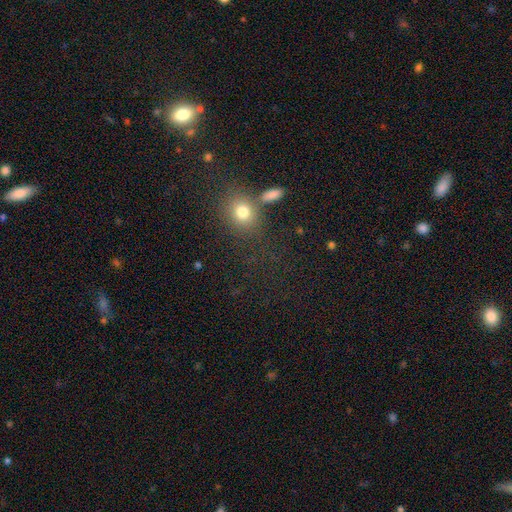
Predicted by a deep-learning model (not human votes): This appears to be a smooth galaxy with no disk features (54%) that is round (73%). Merging: none (67%).